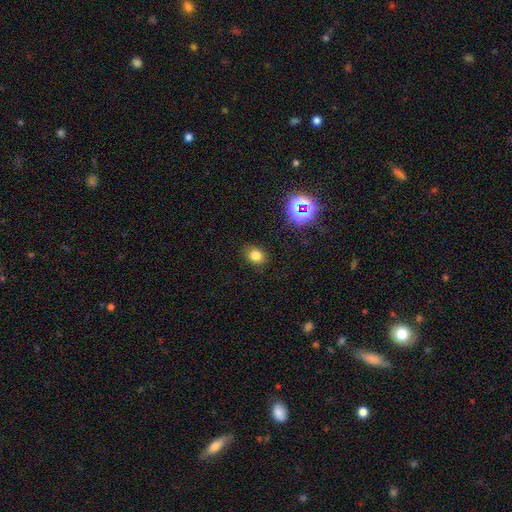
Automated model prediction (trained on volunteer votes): smooth 77%, star or artifact 16%, featured or disk 6%. Down the decision tree: how rounded — in between (56%); merging — none (86%).